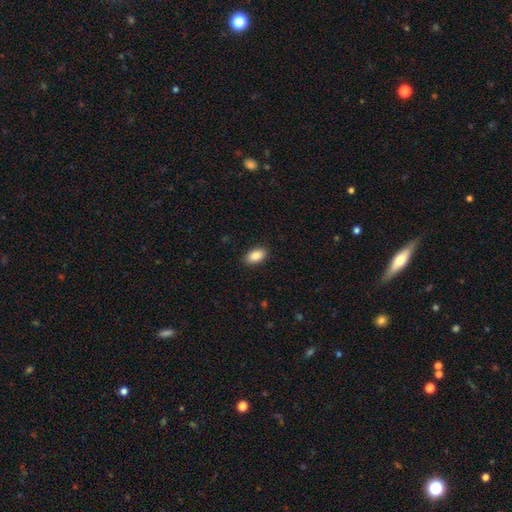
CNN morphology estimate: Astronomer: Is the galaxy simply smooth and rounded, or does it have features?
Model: smooth — 87%.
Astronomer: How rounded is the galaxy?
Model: in between — 93%.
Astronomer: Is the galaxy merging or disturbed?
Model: none — 89%.